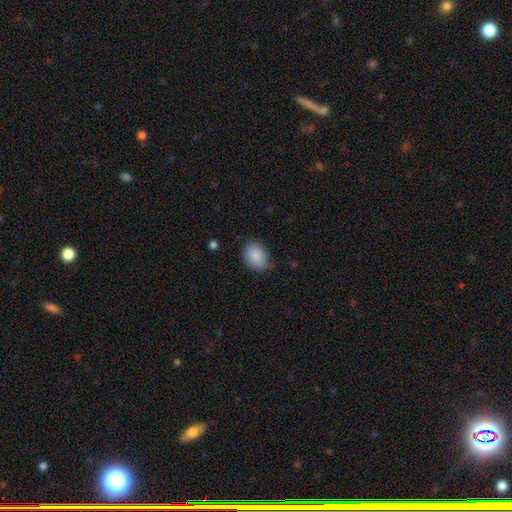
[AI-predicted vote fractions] Morphology: type=smooth (88%); roundness=in between (61%); merging=none (71%).